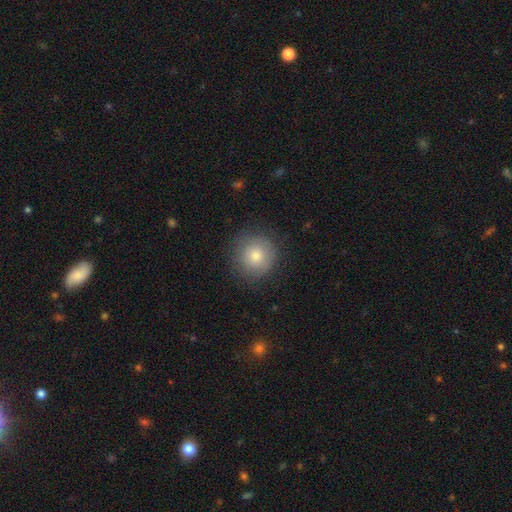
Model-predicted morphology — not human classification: Smooth or featured? smooth (77%)
How rounded? round (93%)
Merging? none (85%)